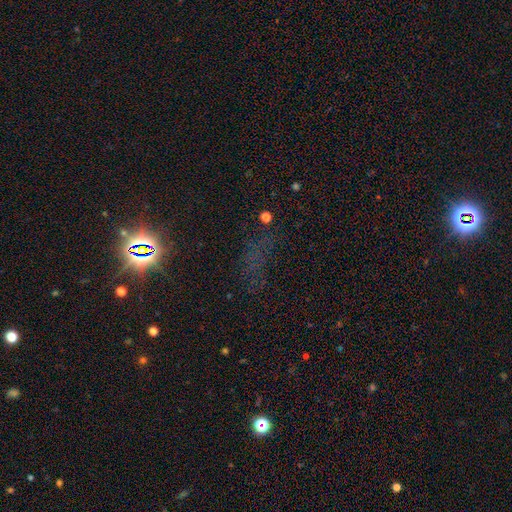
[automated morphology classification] A star or artifact, not a galaxy (65%).

Vote fractions:
- Smooth or featured? star or artifact: 65% / smooth: 23% / featured or disk: 12%